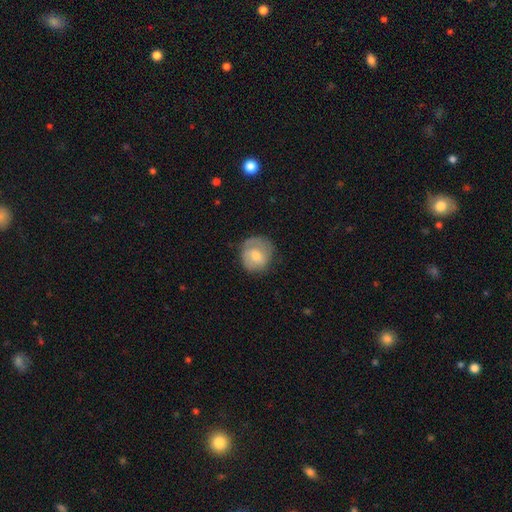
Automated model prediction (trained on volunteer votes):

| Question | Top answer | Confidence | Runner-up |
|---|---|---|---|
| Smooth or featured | smooth | 48% | featured or disk (45%) |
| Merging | none | 70% | minor disturbance (21%) |